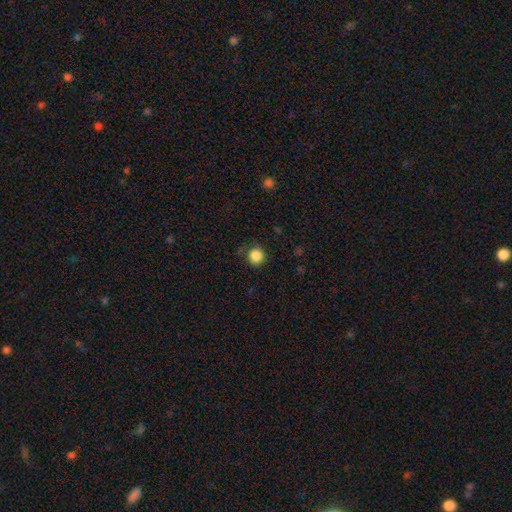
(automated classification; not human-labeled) smooth_or_featured: smooth (p=0.86) [alt: star or artifact p=0.10]
how_rounded: round (p=0.93) [alt: in between p=0.06]
merging: none (p=0.82) [alt: minor disturbance p=0.12]